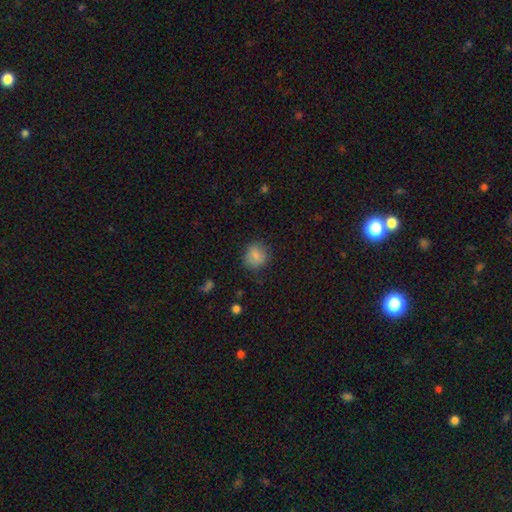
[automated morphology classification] This appears to be a smooth galaxy with no disk features (82%) that is round (79%). Merging: none (78%).